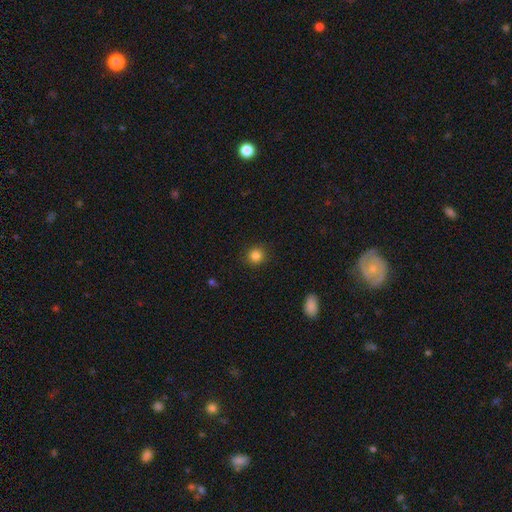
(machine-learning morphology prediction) Overall: smooth (84%). How rounded: round (92%). Merging: none (91%).